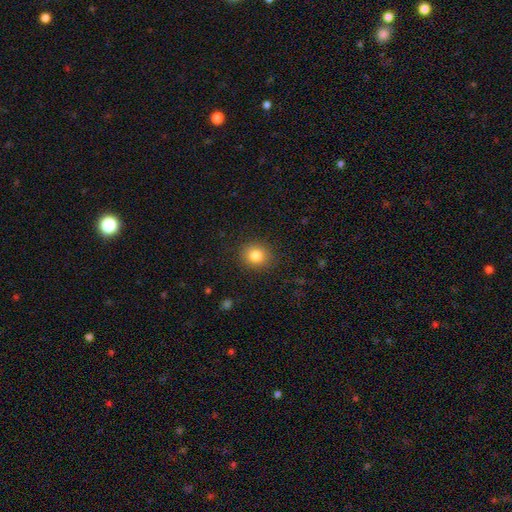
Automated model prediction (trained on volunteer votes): Smooth or featured? Predicted: smooth (p=0.82). How rounded? Predicted: round (p=0.77). Merging? Predicted: none (p=0.89).